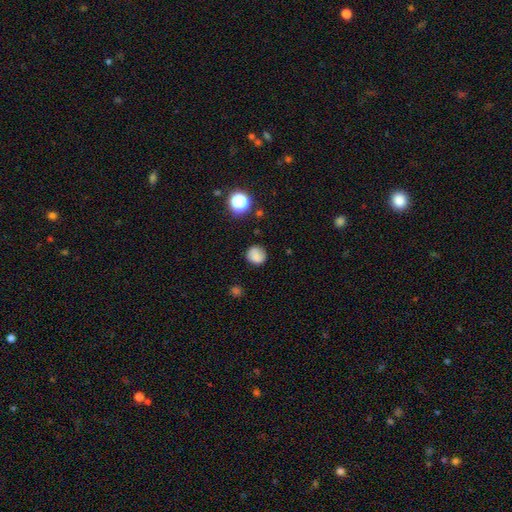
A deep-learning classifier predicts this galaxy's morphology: The model was most divided on "merging": none: 80%, minor disturbance: 14%, major disturbance: 4%, merger: 2%. More confident: how rounded — round (87%); smooth or featured — smooth (79%).